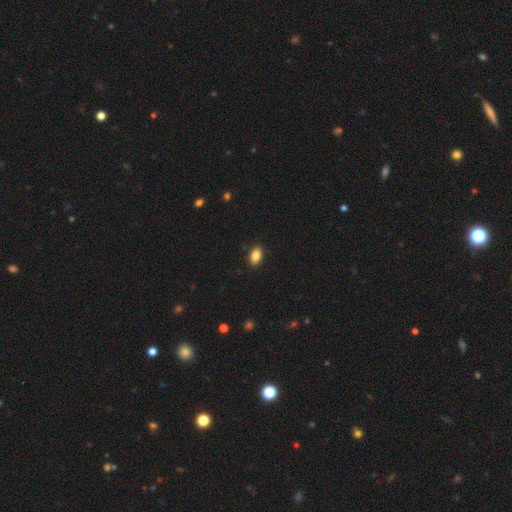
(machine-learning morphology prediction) Smooth or featured?
  - smooth: 85% *
  - star or artifact: 8%
  - featured or disk: 6%
How rounded?
  - in between: 90% *
  - round: 7%
  - cigar-shaped: 3%
Merging?
  - none: 89% *
  - minor disturbance: 8%
  - major disturbance: 2%
  - merger: 1%